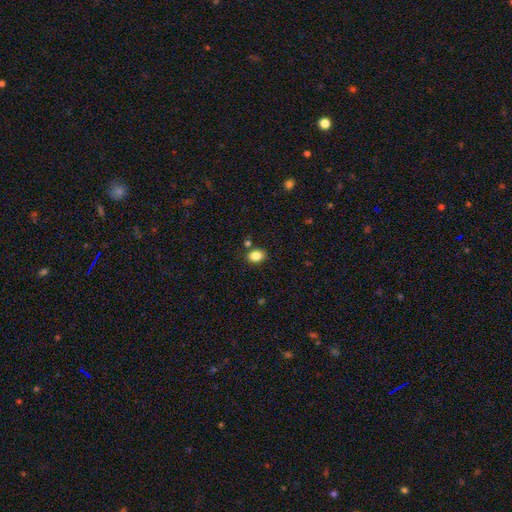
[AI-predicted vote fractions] The model was most divided on "how rounded": in between: 71%, round: 28%, cigar-shaped: 1%. More confident: smooth or featured — smooth (85%); merging — none (81%).